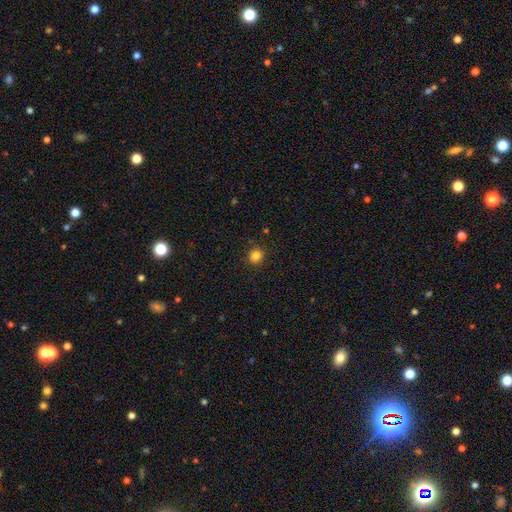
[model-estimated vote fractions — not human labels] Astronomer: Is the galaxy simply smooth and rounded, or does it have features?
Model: smooth — 83%.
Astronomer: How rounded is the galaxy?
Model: round — 88%.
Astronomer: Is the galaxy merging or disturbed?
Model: none — 90%.